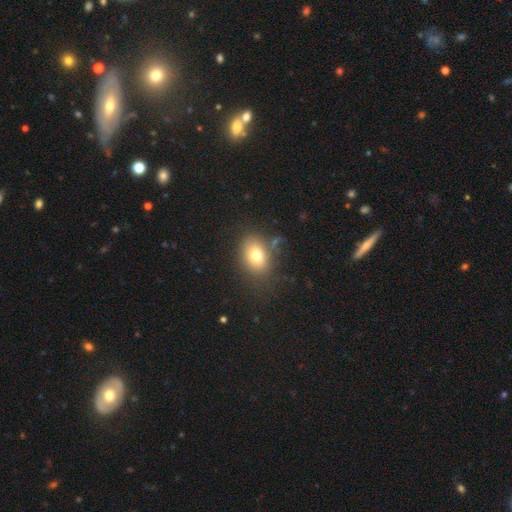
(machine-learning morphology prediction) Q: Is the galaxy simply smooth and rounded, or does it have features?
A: smooth — 75%.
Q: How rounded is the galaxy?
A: in between — 69%.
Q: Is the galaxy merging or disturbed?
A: none — 77%.